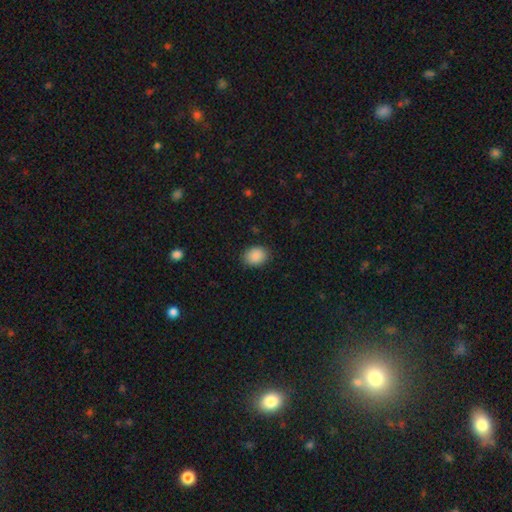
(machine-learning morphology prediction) type=smooth (88%); roundness=in between (57%); merging=none (87%).